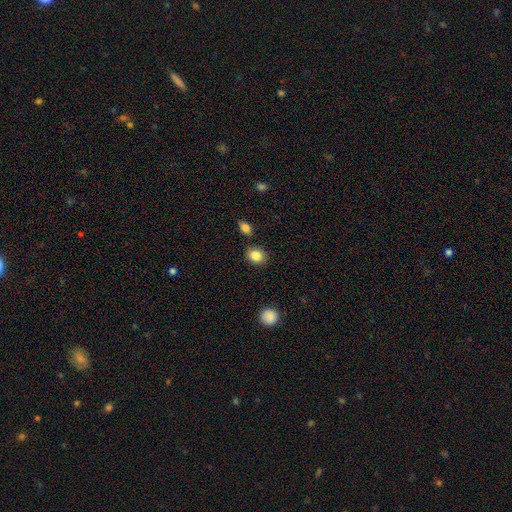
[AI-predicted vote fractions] This is clearly a smooth galaxy (86%). How rounded: likely round (61%). Merging: clearly none (82%).